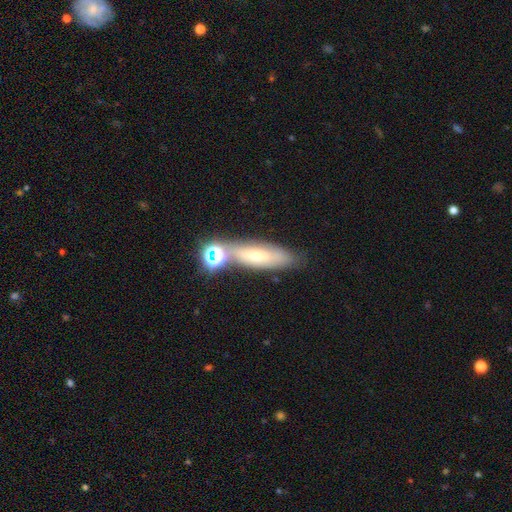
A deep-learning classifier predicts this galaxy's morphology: Smooth or featured: smooth — 49% (featured or disk — 36%)
Merging: none — 61% (merger — 17%)